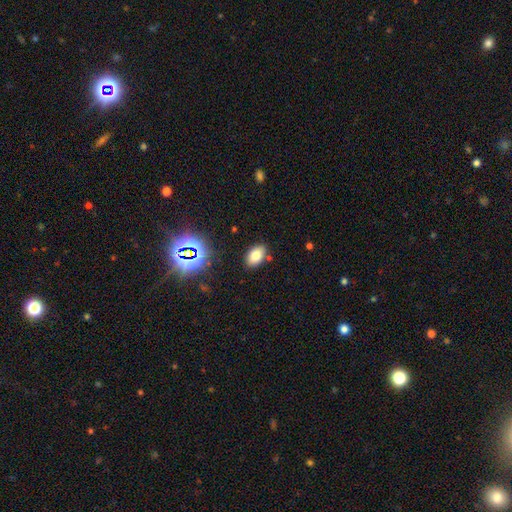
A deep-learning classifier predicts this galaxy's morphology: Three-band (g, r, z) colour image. It shows a smooth galaxy with no disk features (75%) that is in between round and cigar-shaped (89%). Merging: none (84%).